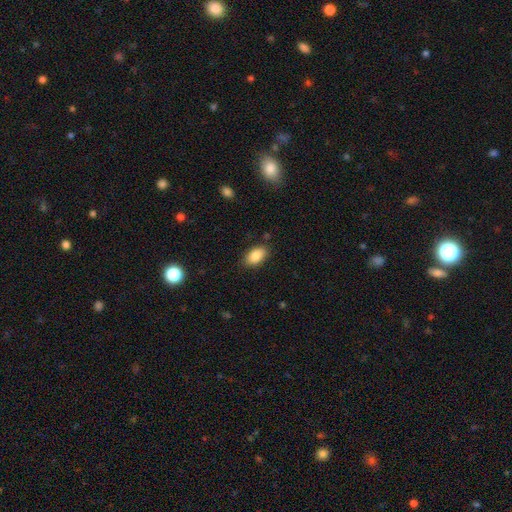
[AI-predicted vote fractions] Smooth or featured?
  - smooth: 87% *
  - star or artifact: 7%
  - featured or disk: 6%
How rounded?
  - in between: 92% *
  - round: 6%
  - cigar-shaped: 2%
Merging?
  - none: 84% *
  - minor disturbance: 11%
  - major disturbance: 3%
  - merger: 1%